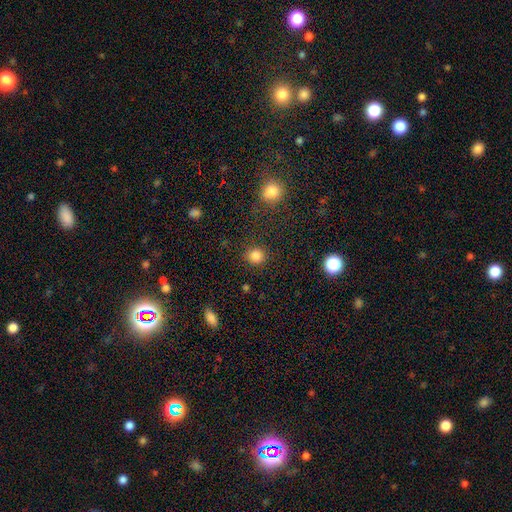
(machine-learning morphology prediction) Smooth or featured? smooth (84%)
How rounded? round (88%)
Merging? none (88%)